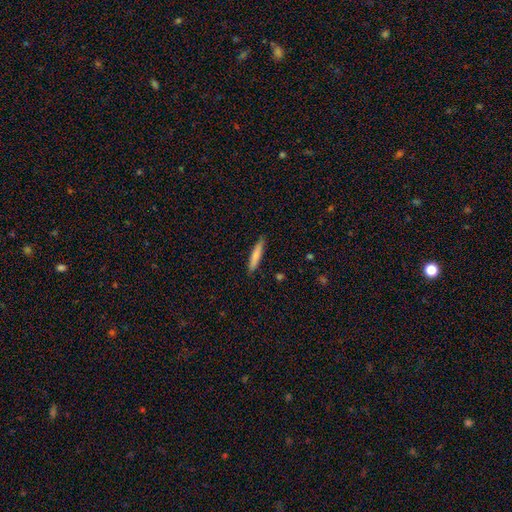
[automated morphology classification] Smooth or featured?
  - smooth: 77% *
  - featured or disk: 17%
  - star or artifact: 6%
How rounded?
  - cigar-shaped: 91% *
  - in between: 8%
  - round: 1%
Merging?
  - none: 88% *
  - minor disturbance: 9%
  - major disturbance: 2%
  - merger: 1%